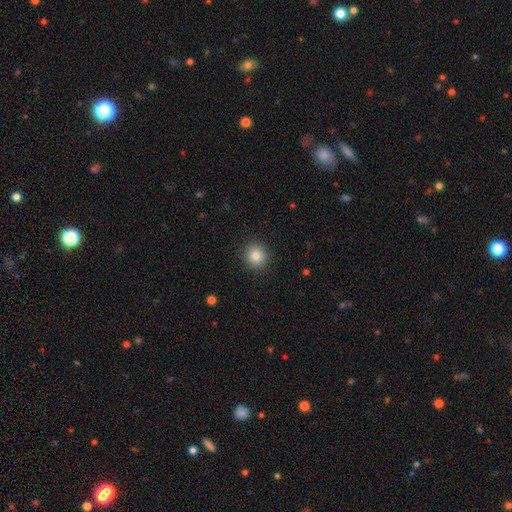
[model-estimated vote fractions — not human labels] Smooth or featured: smooth — 84% (star or artifact — 10%)
How rounded: round — 90% (in between — 9%)
Merging: none — 91% (minor disturbance — 6%)